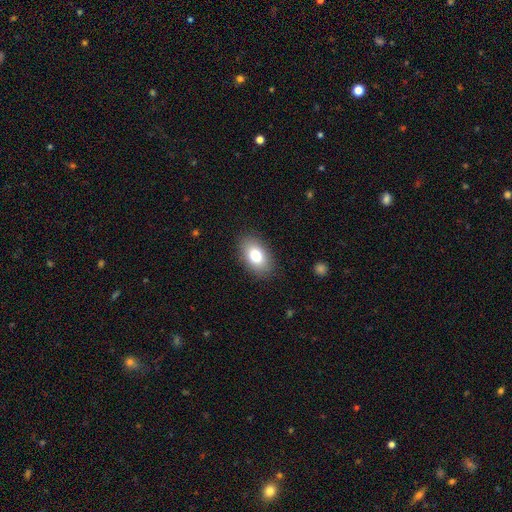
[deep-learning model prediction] Smooth or featured? smooth (79%)
How rounded? in between (90%)
Merging? none (87%)